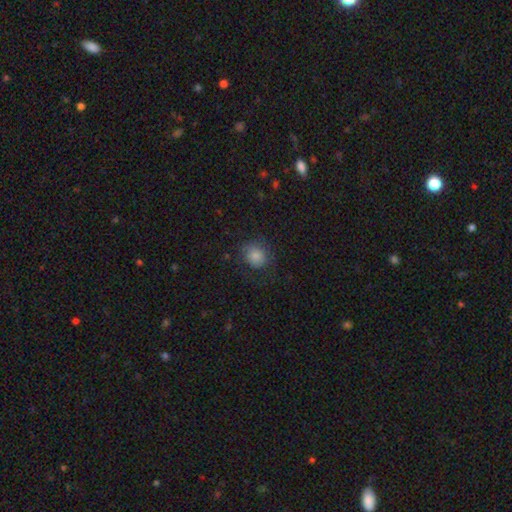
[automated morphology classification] This appears to be a smooth galaxy with no disk features (80%) that is round (82%). Merging: none (69%).